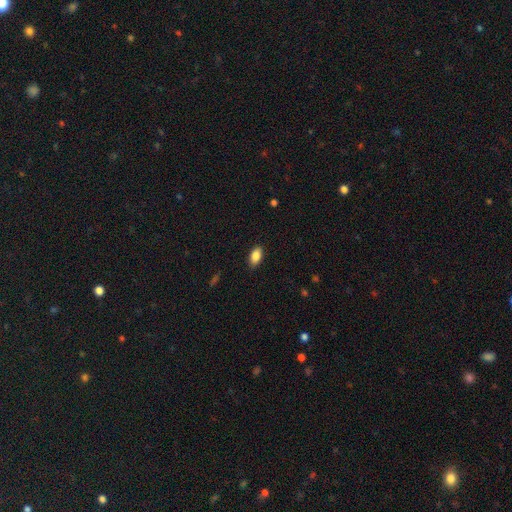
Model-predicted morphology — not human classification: Smooth or featured?
  - smooth: 87% *
  - star or artifact: 8%
  - featured or disk: 6%
How rounded?
  - in between: 91% *
  - round: 5%
  - cigar-shaped: 4%
Merging?
  - none: 87% *
  - minor disturbance: 10%
  - major disturbance: 2%
  - merger: 1%